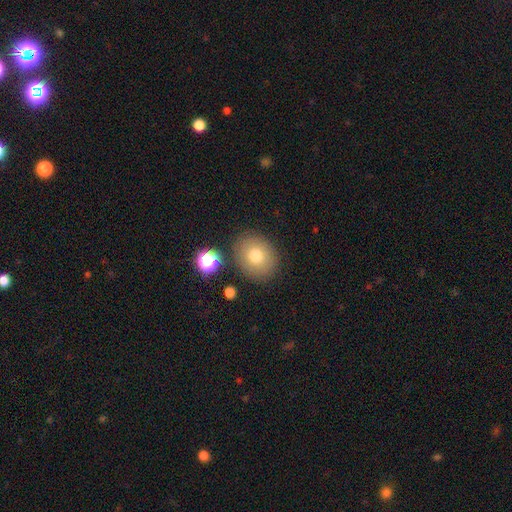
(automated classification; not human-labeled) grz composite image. It shows a smooth galaxy with no disk features (77%) that is round (62%). Merging: none (83%).